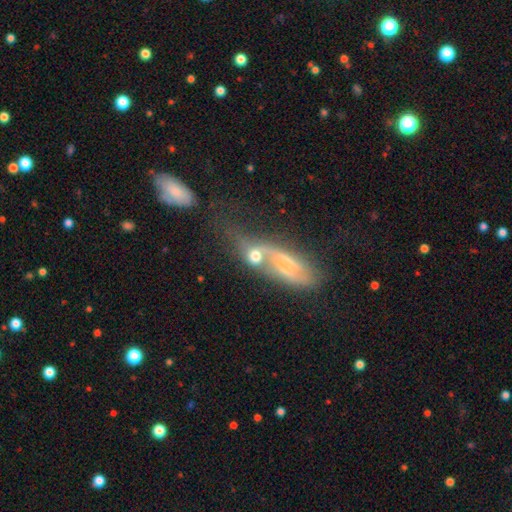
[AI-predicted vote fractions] Smooth or featured? Predicted: smooth (p=0.50). Merging? Predicted: merger (p=0.55).